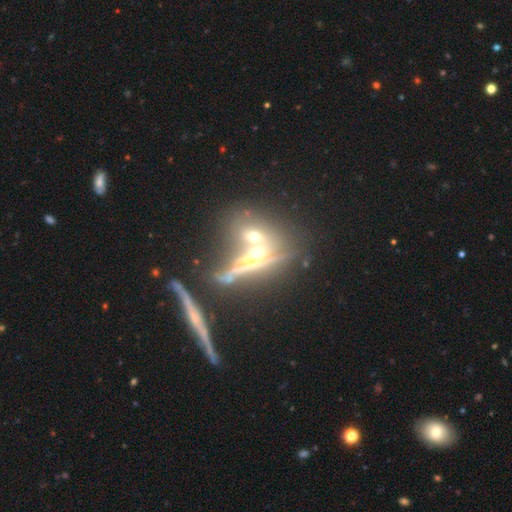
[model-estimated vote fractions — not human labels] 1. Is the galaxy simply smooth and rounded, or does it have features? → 58% featured or disk, 22% smooth, 21% star or artifact.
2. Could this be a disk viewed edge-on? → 69% yes, 31% no.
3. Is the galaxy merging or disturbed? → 45% merger, 36% none, 10% minor disturbance, 9% major disturbance.